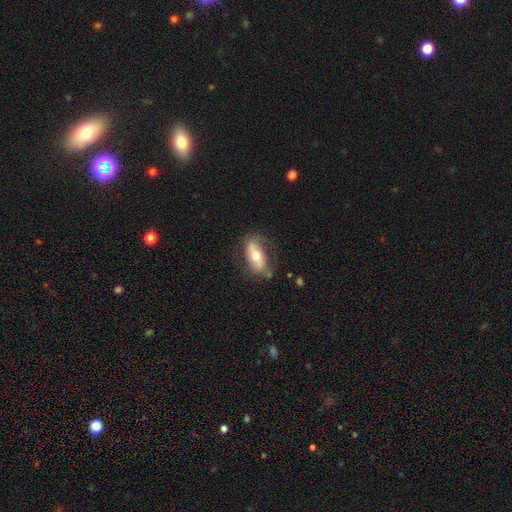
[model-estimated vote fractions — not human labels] Smooth or featured? Predicted: smooth (p=0.51). How rounded? Predicted: in between (p=0.82). Merging? Predicted: none (p=0.69).